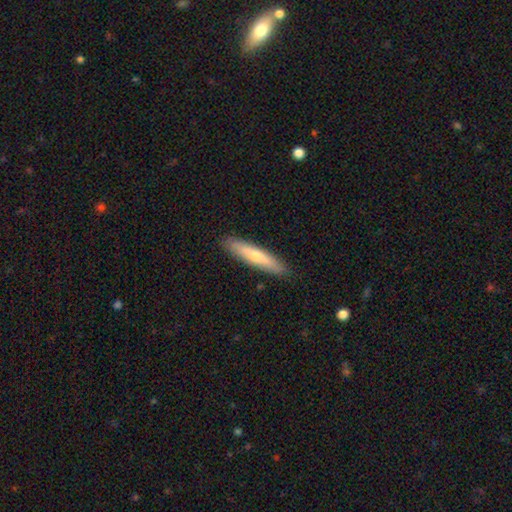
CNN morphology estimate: Smooth or featured? smooth (58%)
How rounded? cigar-shaped (86%)
Merging? none (89%)